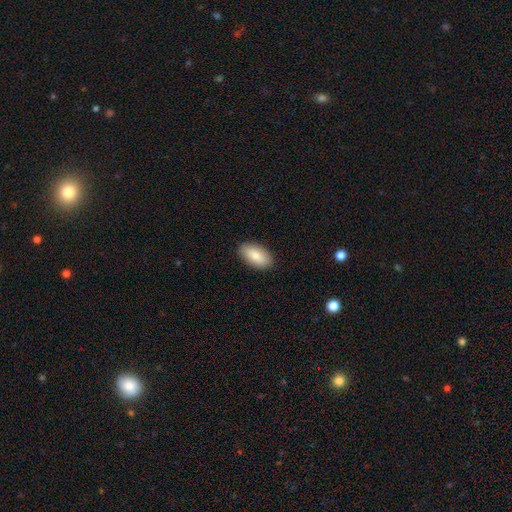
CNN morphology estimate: The model was most divided on "smooth or featured": smooth: 83%, featured or disk: 11%, star or artifact: 6%. More confident: how rounded — in between (94%); merging — none (89%).